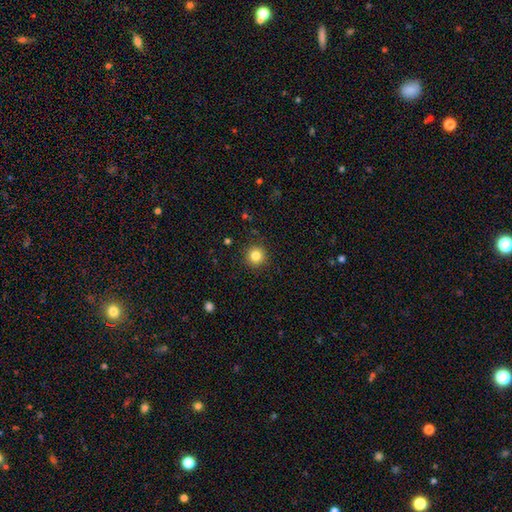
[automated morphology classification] type=smooth (83%); roundness=round (95%); merging=none (92%).